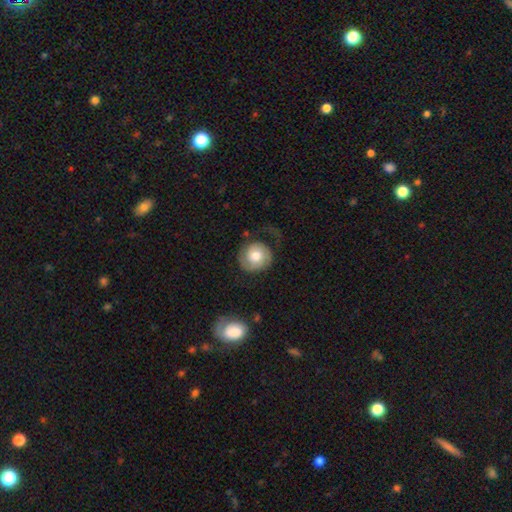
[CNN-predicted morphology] This is possibly a featured or disk galaxy (52%). It is clearly not viewed edge-on (97%). Bar: clearly no (80%). Spiral arm pattern: clearly yes (82%). Central bulge: likely moderate (72%). Merging: possibly none (53%).